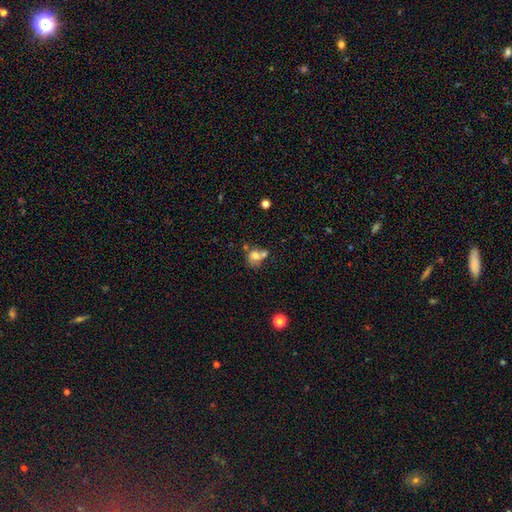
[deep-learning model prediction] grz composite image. It shows a smooth galaxy with no disk features (64%) that is round (58%). Merging: merger (48%).